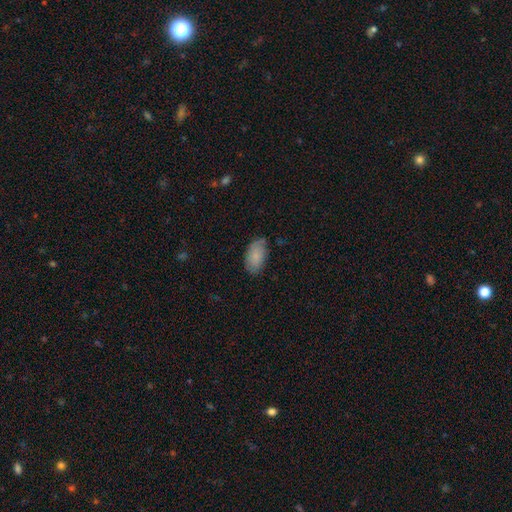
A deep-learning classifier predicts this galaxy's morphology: smooth 83%, featured or disk 11%, star or artifact 6%. Down the decision tree: how rounded — in between (95%); merging — none (71%).